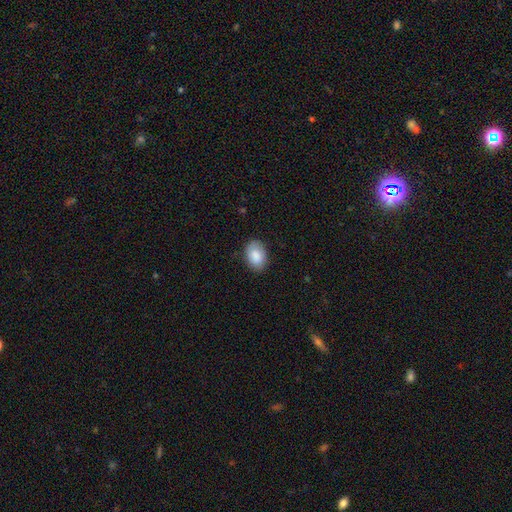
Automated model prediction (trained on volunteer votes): smooth 87%, star or artifact 7%, featured or disk 6%. Down the decision tree: how rounded — in between (83%); merging — none (83%).